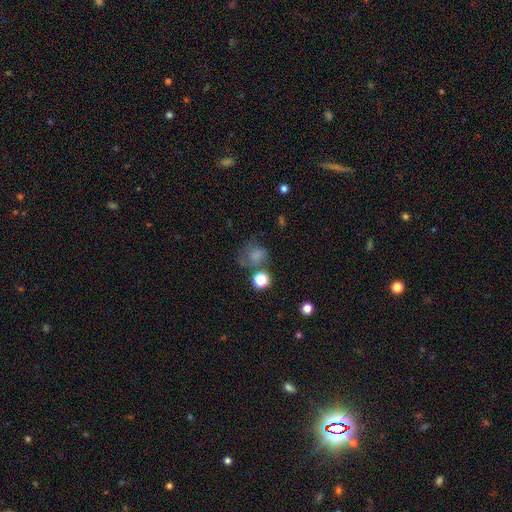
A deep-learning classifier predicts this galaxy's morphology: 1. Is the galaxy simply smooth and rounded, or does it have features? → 70% smooth, 16% star or artifact, 14% featured or disk.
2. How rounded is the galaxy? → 72% round, 27% in between, 1% cigar-shaped.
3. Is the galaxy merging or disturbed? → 46% none, 22% minor disturbance, 19% major disturbance, 12% merger.